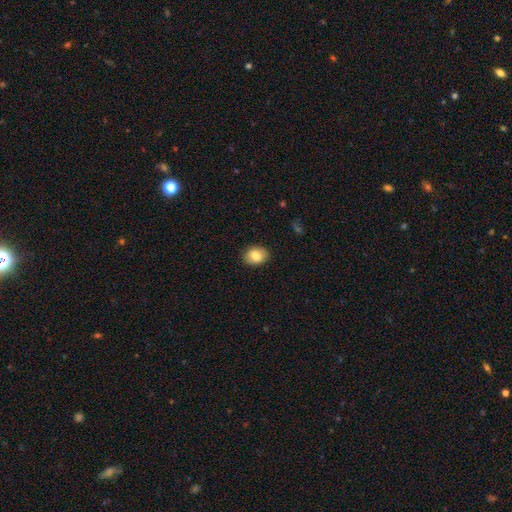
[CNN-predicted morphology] Smooth or featured? Predicted: smooth (p=0.84). How rounded? Predicted: in between (p=0.68). Merging? Predicted: none (p=0.86).